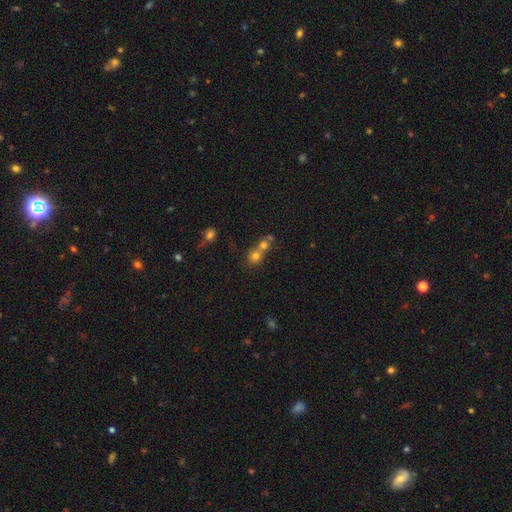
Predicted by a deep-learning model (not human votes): smooth 65%, star or artifact 20%, featured or disk 14%. Down the decision tree: how rounded — round (83%); merging — merger (54%).